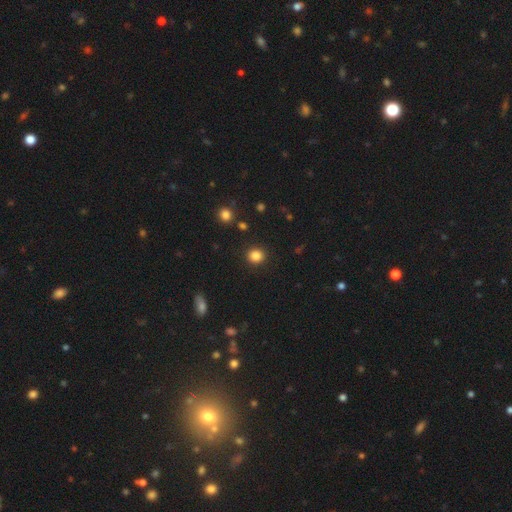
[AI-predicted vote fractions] Smooth or featured: smooth — 85% (star or artifact — 11%)
How rounded: round — 86% (in between — 13%)
Merging: none — 91% (minor disturbance — 6%)